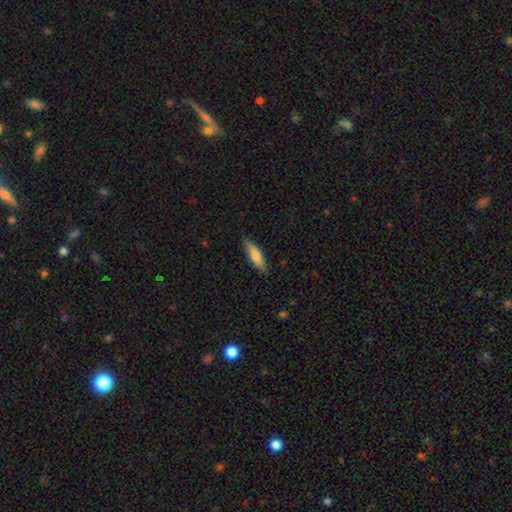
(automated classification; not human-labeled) Smooth or featured? Predicted: smooth (p=0.77). How rounded? Predicted: cigar-shaped (p=0.59). Merging? Predicted: none (p=0.84).